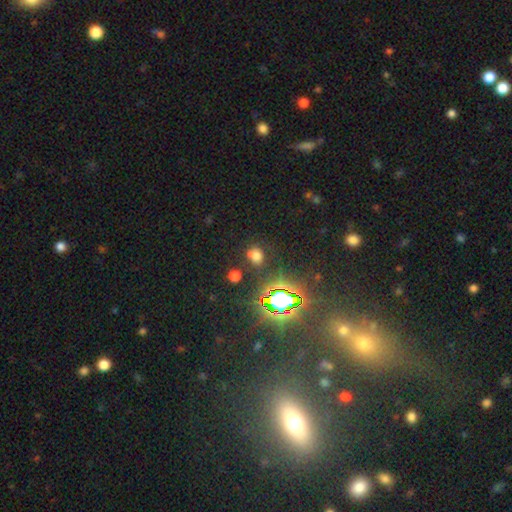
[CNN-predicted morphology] This appears to be a smooth galaxy with no disk features (56%) that is round (55%). Merging: none (70%).